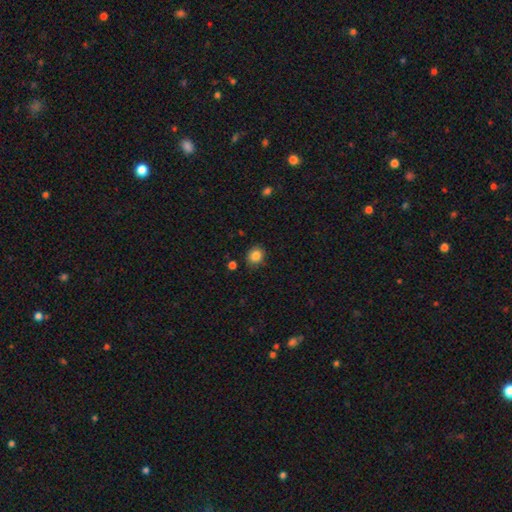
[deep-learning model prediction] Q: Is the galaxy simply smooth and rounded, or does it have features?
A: smooth — 85%.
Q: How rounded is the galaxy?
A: round — 70%.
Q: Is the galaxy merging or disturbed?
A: none — 85%.